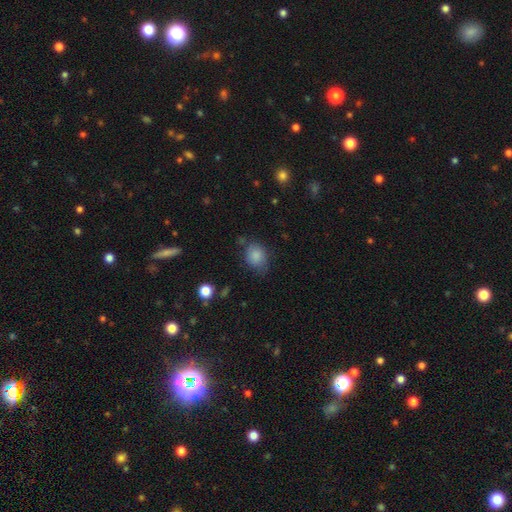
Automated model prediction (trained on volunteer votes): This appears to be a smooth galaxy with no disk features (84%) that is in between round and cigar-shaped (51%). Merging: none (65%).